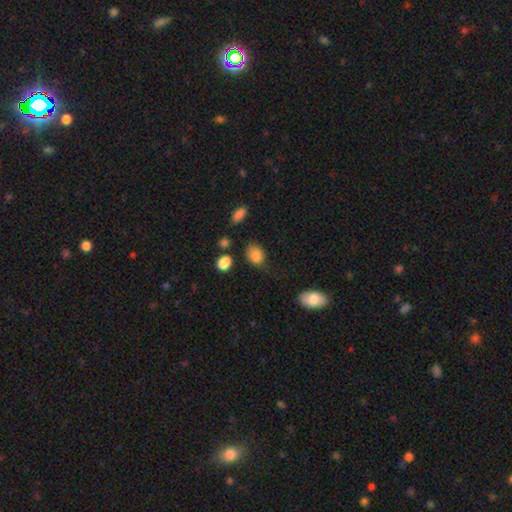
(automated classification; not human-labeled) Smooth or featured? smooth (84%)
How rounded? in between (63%)
Merging? none (60%)